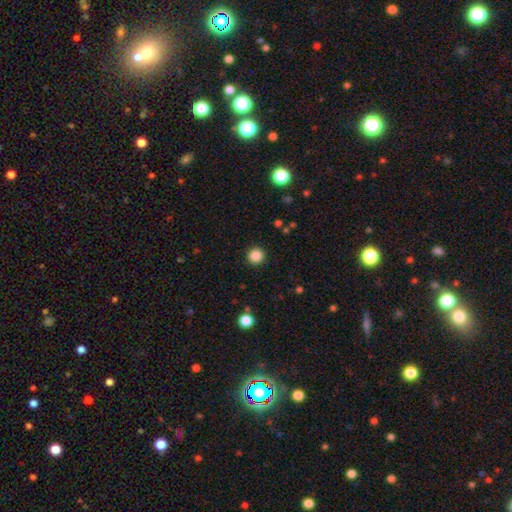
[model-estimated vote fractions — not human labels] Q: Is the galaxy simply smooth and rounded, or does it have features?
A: smooth — 86%.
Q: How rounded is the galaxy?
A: round — 95%.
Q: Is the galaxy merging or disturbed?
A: none — 92%.